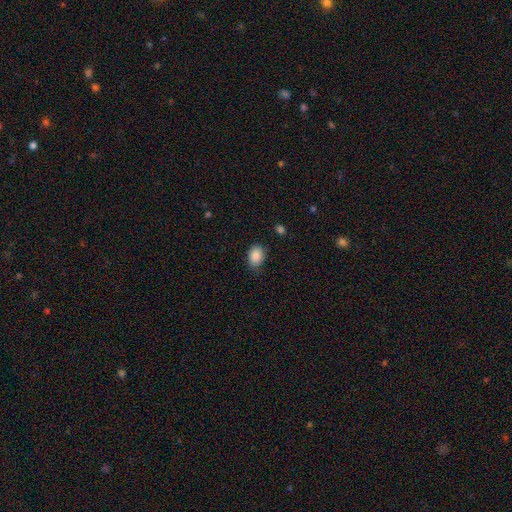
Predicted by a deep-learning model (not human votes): smooth-or-featured: smooth: 88% | star or artifact: 8% | featured or disk: 4%
  how-rounded: in between: 72% | round: 27% | cigar-shaped: 1%
  merging: none: 79% | minor disturbance: 16% | major disturbance: 3% | merger: 1%